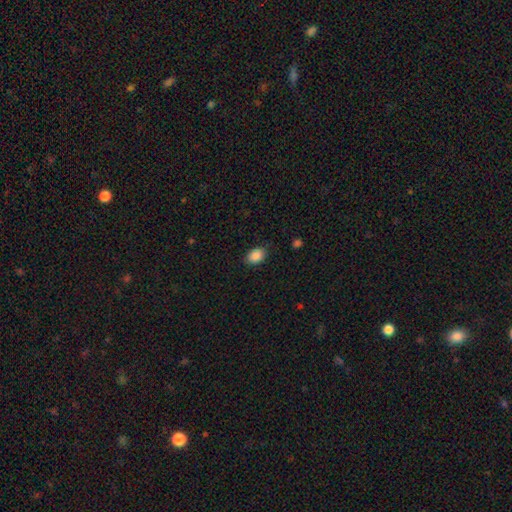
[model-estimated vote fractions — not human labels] The model was most divided on "how rounded": in between: 77%, round: 22%, cigar-shaped: 1%. More confident: smooth or featured — smooth (88%); merging — none (83%).